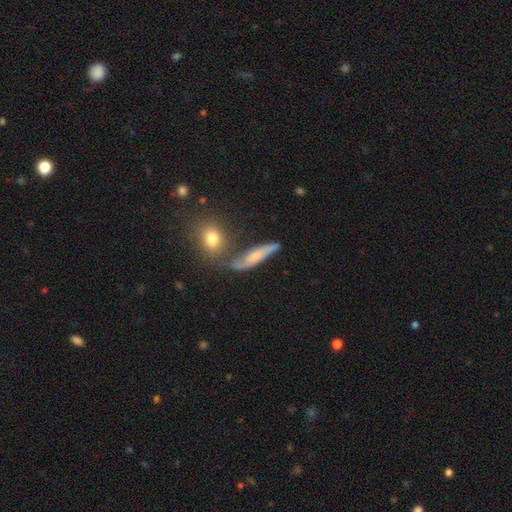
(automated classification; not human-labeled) Q: Smooth or featured?
A: featured or disk (48%); runner-up: smooth (42%)
Q: Merging?
A: none (58%); runner-up: minor disturbance (21%)